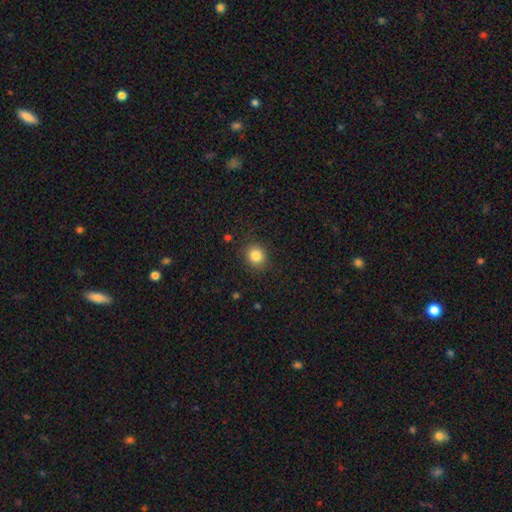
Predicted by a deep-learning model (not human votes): Smooth or featured: smooth — 84% (star or artifact — 11%)
How rounded: round — 86% (in between — 13%)
Merging: none — 88% (minor disturbance — 8%)